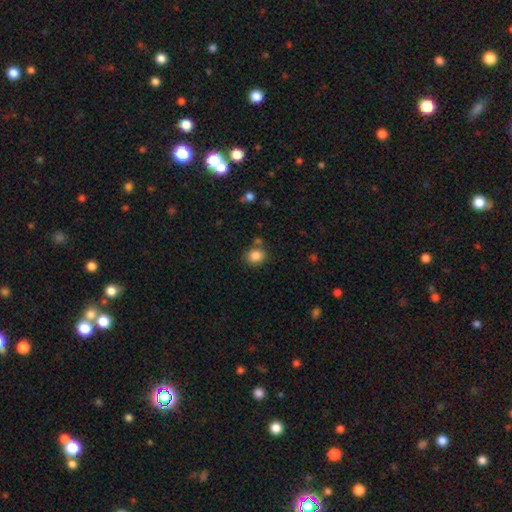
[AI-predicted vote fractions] Q: Smooth or featured?
A: smooth (85%); runner-up: star or artifact (10%)
Q: How rounded?
A: round (75%); runner-up: in between (24%)
Q: Merging?
A: none (76%); runner-up: minor disturbance (12%)